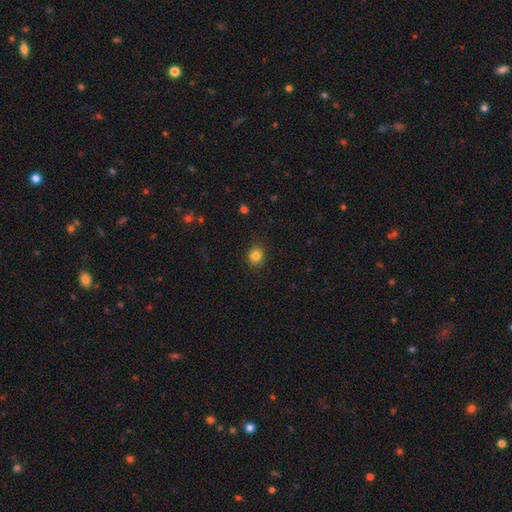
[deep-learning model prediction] smooth_or_featured: smooth (p=0.83) [alt: star or artifact p=0.12]
how_rounded: round (p=0.82) [alt: in between p=0.17]
merging: none (p=0.88) [alt: minor disturbance p=0.09]